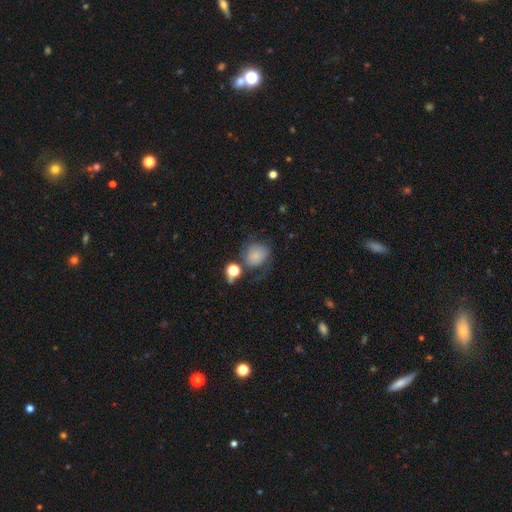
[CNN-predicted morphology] Smooth or featured? smooth (69%)
How rounded? round (73%)
Merging? none (45%)